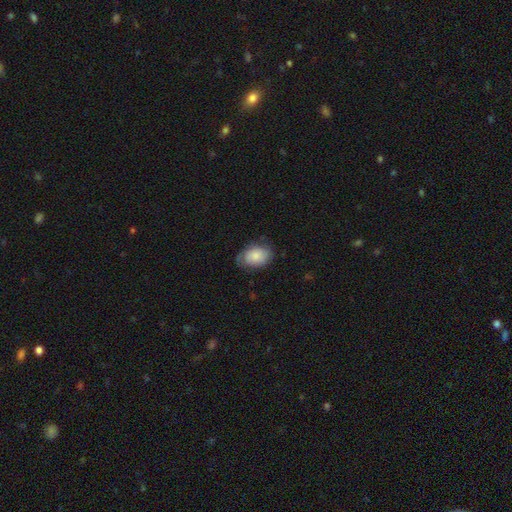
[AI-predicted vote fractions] This appears to be a smooth galaxy with no disk features (74%) that is in between round and cigar-shaped (80%). Merging: none (63%).